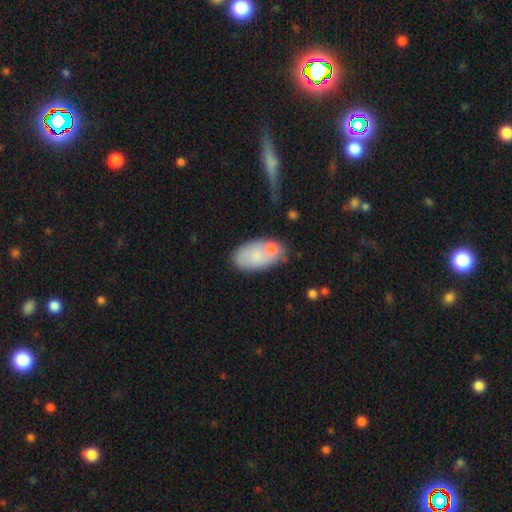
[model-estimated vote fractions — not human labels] A smooth galaxy with no disk features (71%) that is in between round and cigar-shaped (93%). Merging: none (50%).